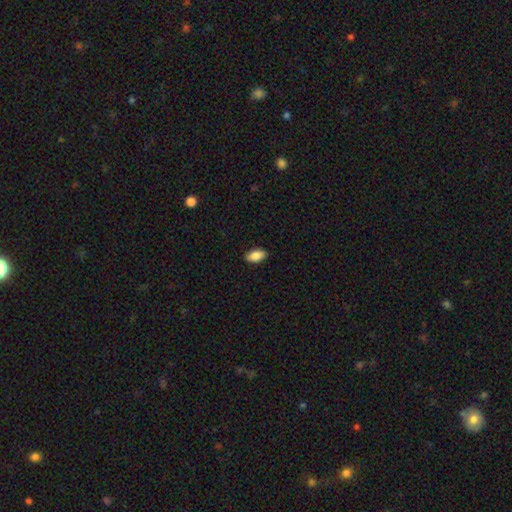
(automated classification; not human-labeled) Smooth or featured?
  - smooth: 87% *
  - star or artifact: 7%
  - featured or disk: 6%
How rounded?
  - in between: 93% *
  - round: 4%
  - cigar-shaped: 3%
Merging?
  - none: 89% *
  - minor disturbance: 8%
  - major disturbance: 2%
  - merger: 1%